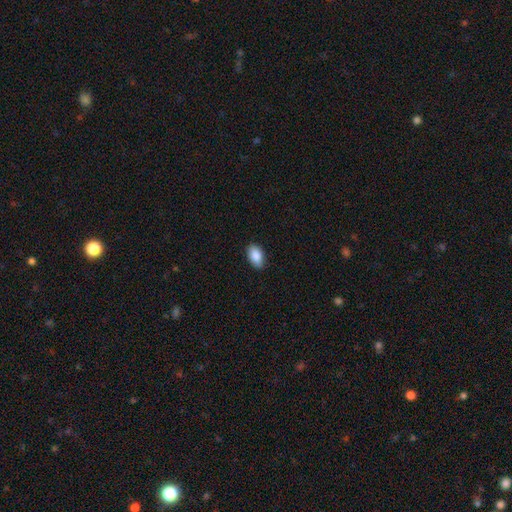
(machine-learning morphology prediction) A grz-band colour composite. It shows a smooth galaxy with no disk features (88%) that is in between round and cigar-shaped (92%). Merging: none (87%).